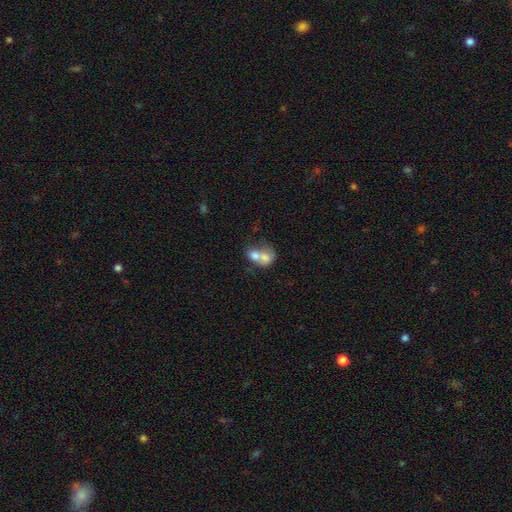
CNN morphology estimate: A smooth galaxy with no disk features (68%) that is in between round and cigar-shaped (62%).

Vote fractions:
- Smooth or featured? smooth: 68% / featured or disk: 24% / star or artifact: 9%
- How rounded? in between: 62% / round: 36% / cigar-shaped: 1%
- Merging? merger: 76% / none: 14% / minor disturbance: 6% / major disturbance: 5%